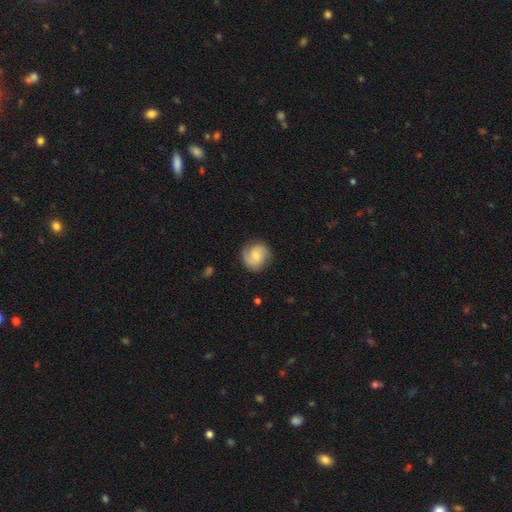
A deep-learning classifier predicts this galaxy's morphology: Smooth or featured?
  - featured or disk: 57% *
  - smooth: 36%
  - star or artifact: 7%
Edge-on disk?
  - no: 98% *
  - yes: 2%
Bar?
  - no: 56% *
  - weak: 38%
  - strong: 6%
Spiral arms?
  - yes: 93% *
  - no: 7%
Spiral winding?
  - medium: 42% * (tied)
  - tight: 42% * (tied)
  - loose: 16%
Spiral arm count?
  - 2: 74% *
  - can't tell: 11%
  - 1: 6%
  - 3: 6%
  - 4: 2%
  - more than 4: 2%
Bulge size?
  - small: 43% *
  - moderate: 40%
  - none: 10%
  - large: 5%
  - dominant: 1%
Merging?
  - none: 80% *
  - minor disturbance: 14%
  - major disturbance: 5%
  - merger: 1%